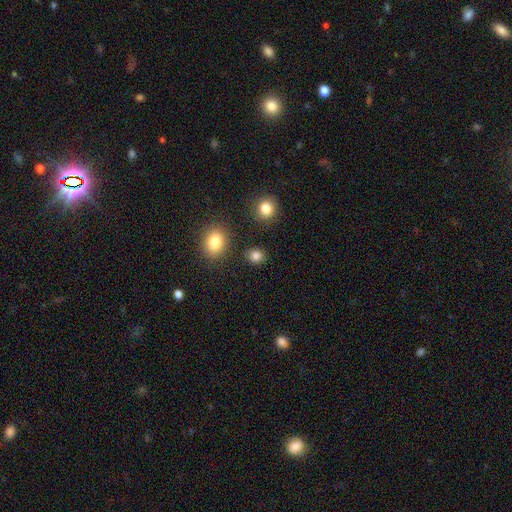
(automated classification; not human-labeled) smooth-or-featured: smooth: 84% | star or artifact: 12% | featured or disk: 4%
  how-rounded: round: 75% | in between: 24% | cigar-shaped: 1%
  merging: none: 86% | minor disturbance: 8% | merger: 4% | major disturbance: 3%